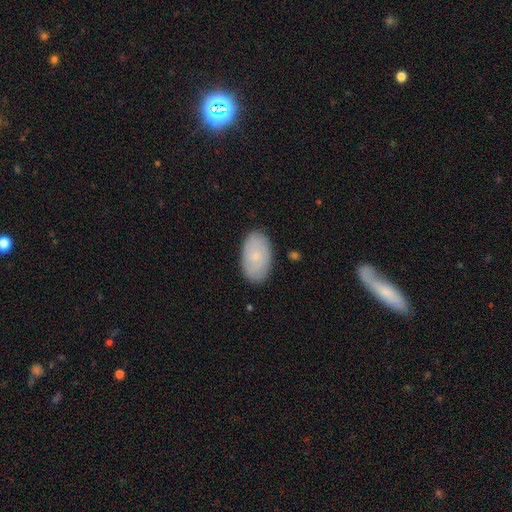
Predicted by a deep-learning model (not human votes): smooth 69%, featured or disk 25%, star or artifact 7%. Down the decision tree: how rounded — in between (93%); merging — none (85%).